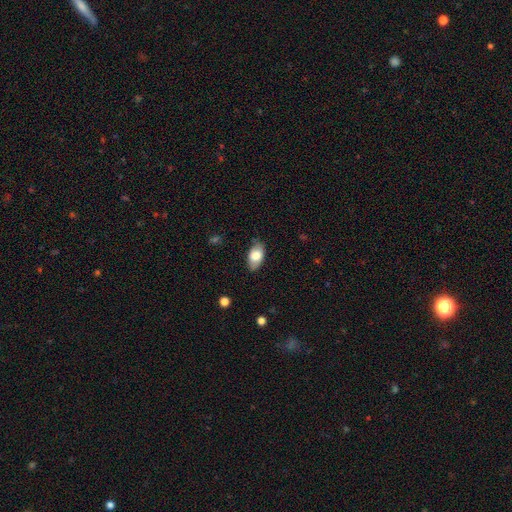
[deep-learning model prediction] The model was most divided on "merging": none: 77%, minor disturbance: 18%, major disturbance: 4%, merger: 1%. More confident: how rounded — in between (92%); smooth or featured — smooth (76%).